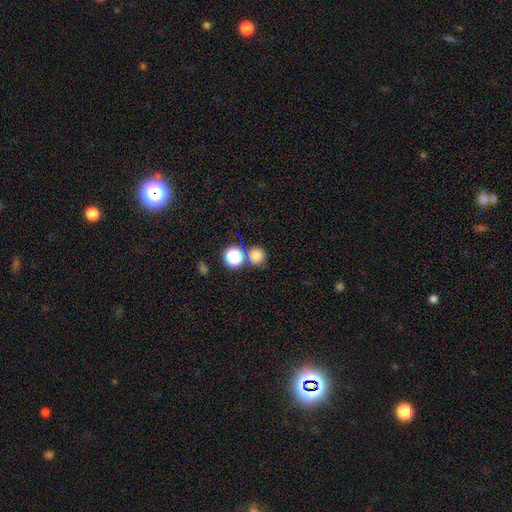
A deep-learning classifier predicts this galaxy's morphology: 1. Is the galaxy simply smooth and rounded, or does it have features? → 78% smooth, 17% star or artifact, 5% featured or disk.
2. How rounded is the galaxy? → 91% round, 8% in between, 1% cigar-shaped.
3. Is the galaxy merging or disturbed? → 64% none, 24% merger, 8% minor disturbance, 3% major disturbance.